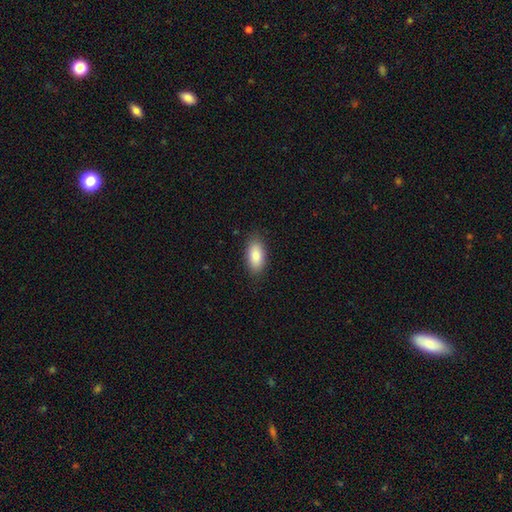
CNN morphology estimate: Smooth or featured? Predicted: smooth (p=0.86). How rounded? Predicted: in between (p=0.92). Merging? Predicted: none (p=0.86).